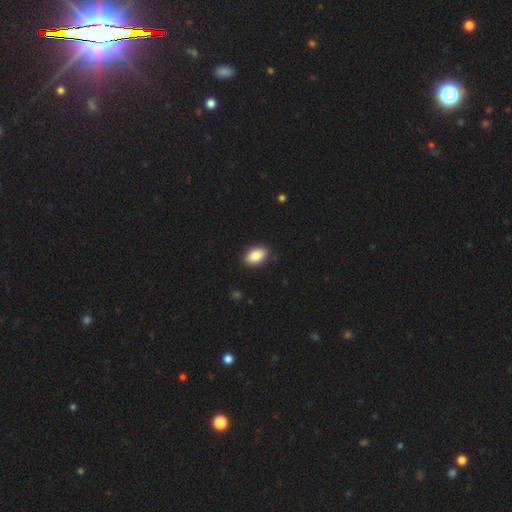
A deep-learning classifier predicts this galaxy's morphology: type=smooth (86%); roundness=in between (92%); merging=none (89%).